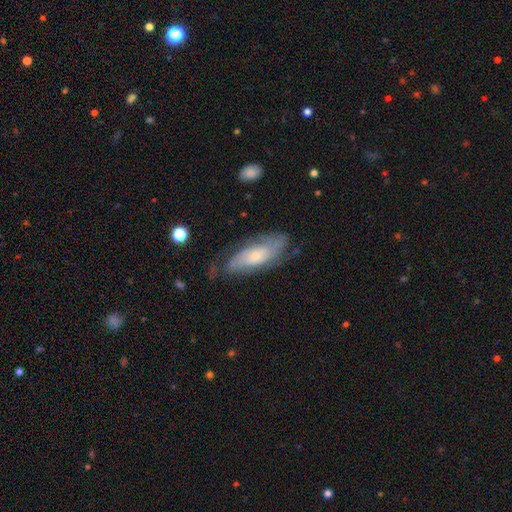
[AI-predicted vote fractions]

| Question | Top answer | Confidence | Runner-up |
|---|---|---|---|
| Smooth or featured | featured or disk | 67% | smooth (26%) |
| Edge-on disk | no | 87% | yes (13%) |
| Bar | no | 70% | weak (25%) |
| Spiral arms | yes | 88% | no (12%) |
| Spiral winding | tight | 49% | medium (37%) |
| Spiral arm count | can't tell | 43% | 2 (36%) |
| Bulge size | small | 60% | moderate (31%) |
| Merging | none | 63% | minor disturbance (24%) |